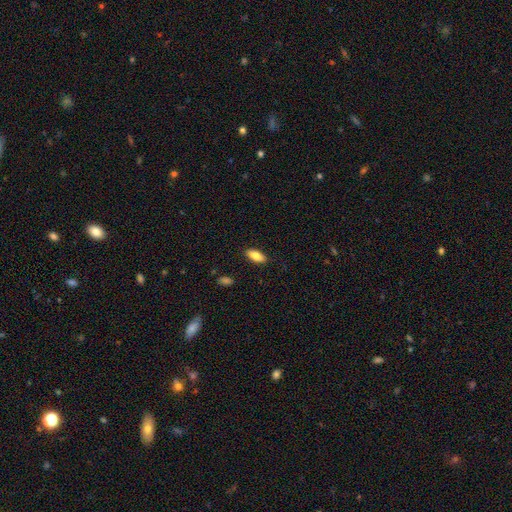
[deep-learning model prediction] smooth 82%, featured or disk 11%, star or artifact 7%. Down the decision tree: how rounded — in between (86%); merging — none (88%).